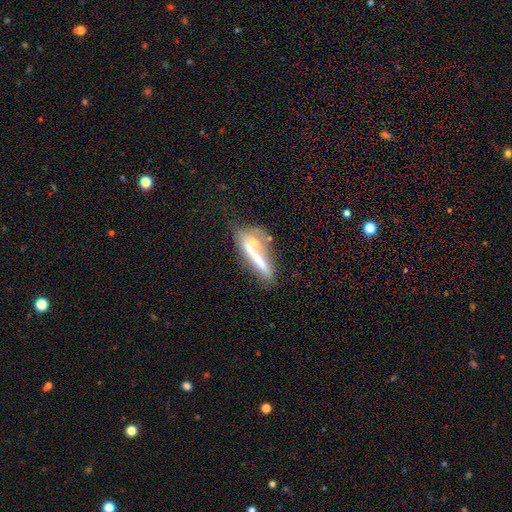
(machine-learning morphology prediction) Overall: smooth (46%; featured or disk 45%). Merging: none (34%; merger 32%).